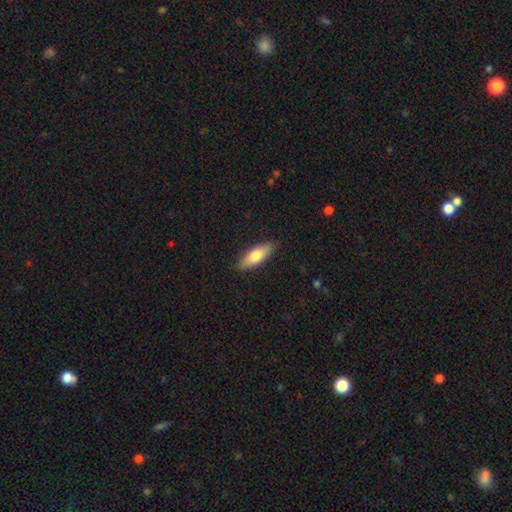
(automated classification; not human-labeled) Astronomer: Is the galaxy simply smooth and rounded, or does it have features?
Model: smooth — 72%.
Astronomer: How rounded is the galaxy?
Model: in between — 62%.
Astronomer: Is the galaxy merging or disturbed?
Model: none — 88%.